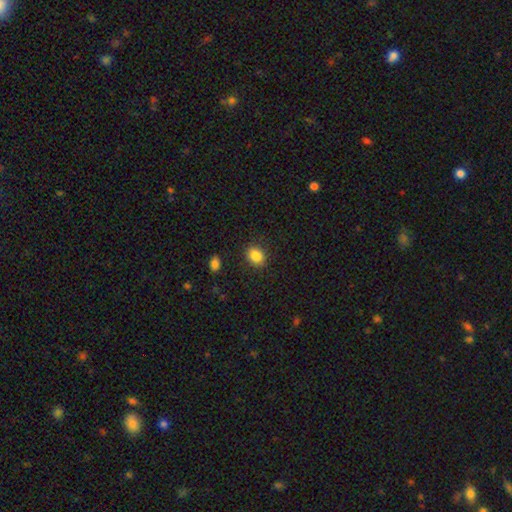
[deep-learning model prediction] smooth-or-featured: smooth: 86% | star or artifact: 10% | featured or disk: 5%
  how-rounded: round: 52% | in between: 47% | cigar-shaped: 1%
  merging: none: 87% | minor disturbance: 9% | major disturbance: 3% | merger: 1%